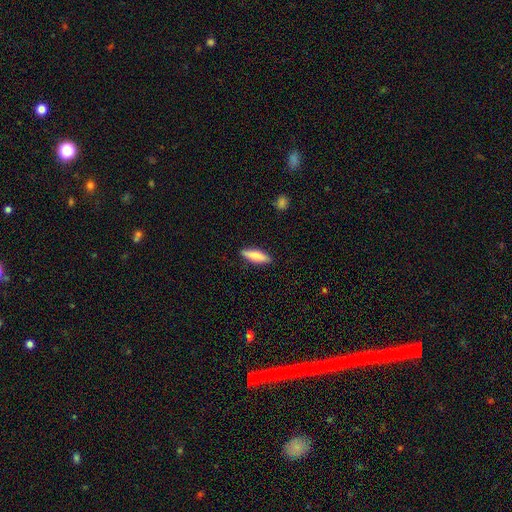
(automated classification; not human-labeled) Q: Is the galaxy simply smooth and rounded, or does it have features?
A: smooth — 78%.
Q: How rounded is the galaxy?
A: cigar-shaped — 63%.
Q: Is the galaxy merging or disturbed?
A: none — 87%.